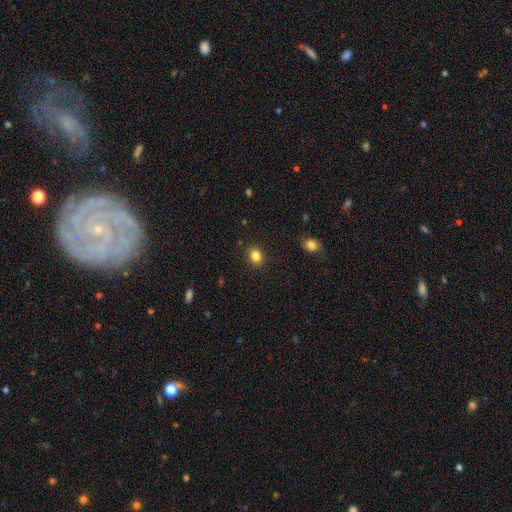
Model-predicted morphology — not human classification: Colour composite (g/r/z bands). It shows a smooth galaxy with no disk features (83%) that is round (58%). Merging: none (88%).